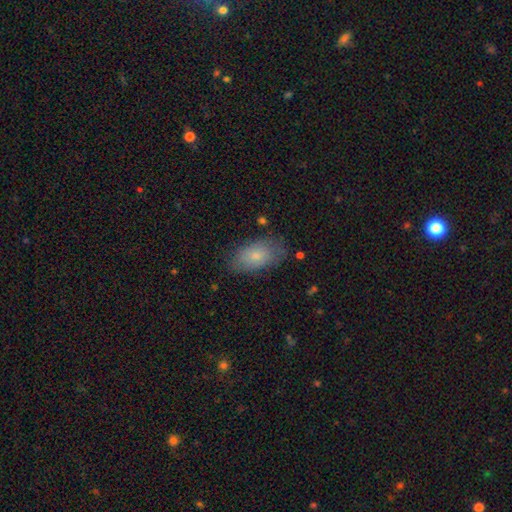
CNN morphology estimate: Smooth or featured? Predicted: smooth (p=0.75). How rounded? Predicted: in between (p=0.92). Merging? Predicted: none (p=0.74).